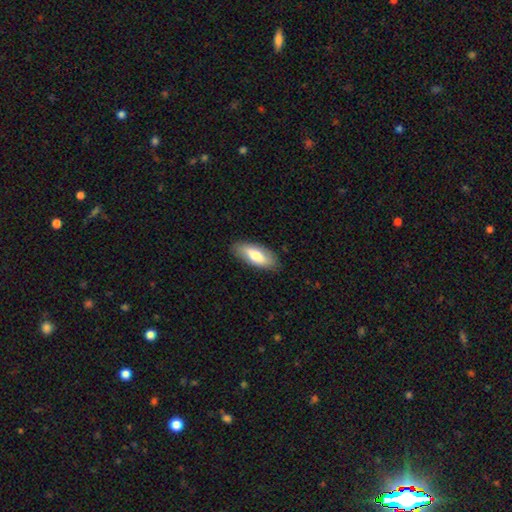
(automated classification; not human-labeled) A smooth galaxy with no disk features (69%) that is in between round and cigar-shaped (82%).

Vote fractions:
- Smooth or featured? smooth: 69% / featured or disk: 25% / star or artifact: 6%
- How rounded? in between: 82% / cigar-shaped: 16% / round: 2%
- Merging? none: 84% / minor disturbance: 12% / major disturbance: 3% / merger: 1%